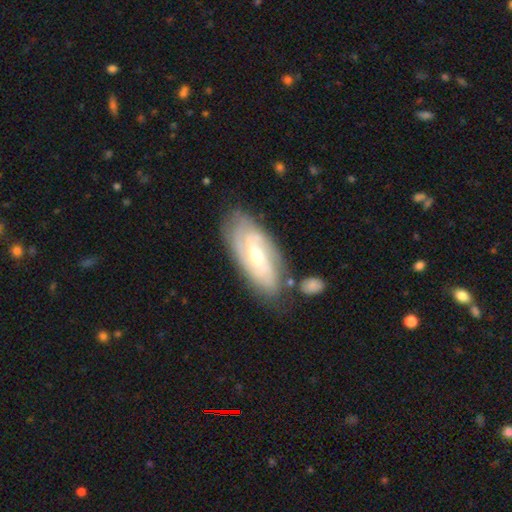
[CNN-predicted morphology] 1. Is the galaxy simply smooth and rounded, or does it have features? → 77% featured or disk, 18% smooth, 6% star or artifact.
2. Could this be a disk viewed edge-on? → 90% no, 10% yes.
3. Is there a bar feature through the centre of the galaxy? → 47% no, 40% weak, 13% strong.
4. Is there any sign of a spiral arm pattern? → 92% yes, 8% no.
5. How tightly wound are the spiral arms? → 60% tight, 30% medium, 9% loose.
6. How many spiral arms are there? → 36% can't tell, 32% 2, 17% 3, 7% 4, 3% 1, 3% more than 4.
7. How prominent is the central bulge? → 54% moderate, 41% small, 3% large, 1% none, 1% dominant.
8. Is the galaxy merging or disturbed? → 73% none, 17% minor disturbance, 6% merger, 4% major disturbance.